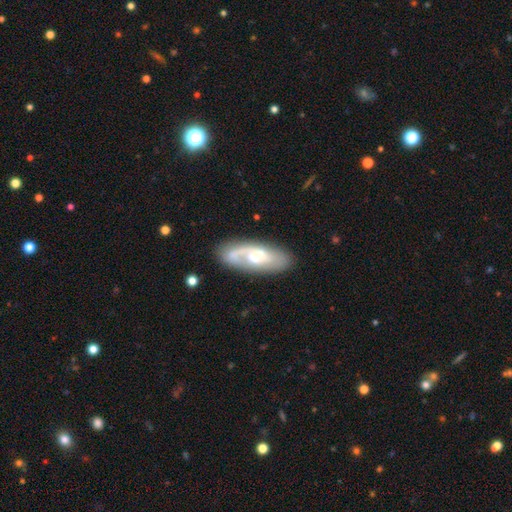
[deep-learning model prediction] This appears to be a featured or disk galaxy (67%) with no bar (54%), 1 (46%) medium (41%) spiral arms (85%) and a moderate central bulge (45%). Merging: none (72%).